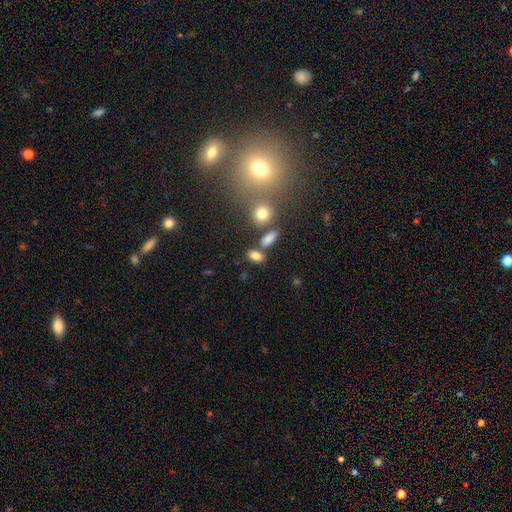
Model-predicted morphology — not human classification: The model was most divided on "merging": none: 65%, merger: 18%, minor disturbance: 12%, major disturbance: 5%. More confident: how rounded — in between (83%); smooth or featured — smooth (80%).